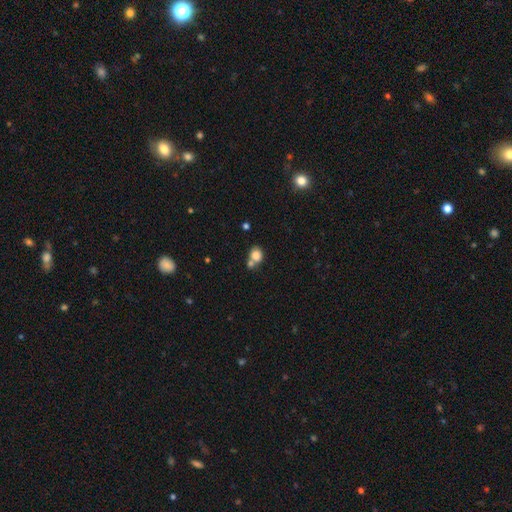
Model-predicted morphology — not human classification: Smooth or featured? smooth (81%)
How rounded? round (62%)
Merging? merger (43%, tied with none)